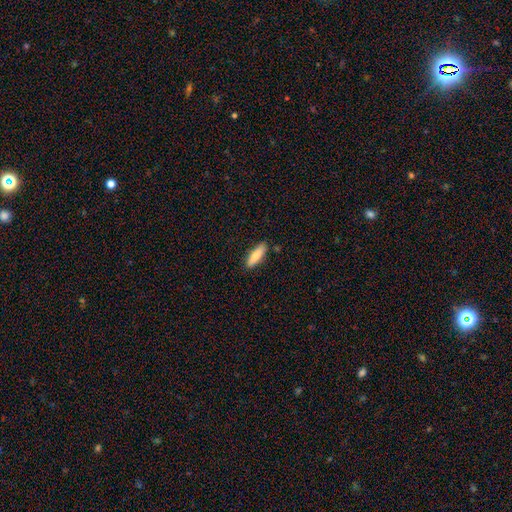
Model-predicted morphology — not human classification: Overall: smooth (78%). How rounded: cigar-shaped (52%; in between 46%). Merging: none (87%).